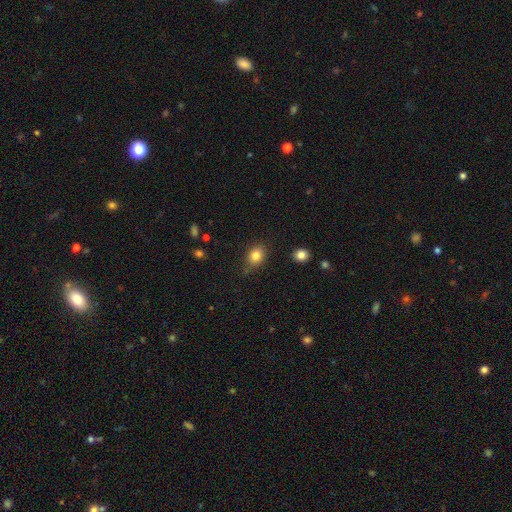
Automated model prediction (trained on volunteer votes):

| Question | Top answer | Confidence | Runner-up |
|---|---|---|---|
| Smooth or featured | smooth | 83% | star or artifact (10%) |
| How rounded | in between | 55% | round (44%) |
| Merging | none | 75% | minor disturbance (18%) |